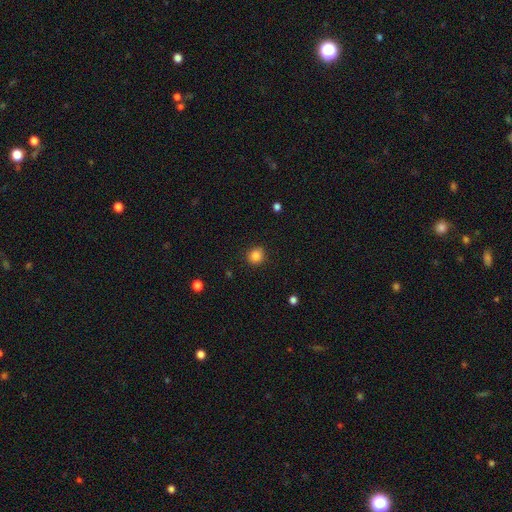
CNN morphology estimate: This appears to be a smooth galaxy with no disk features (85%) that is round (84%). Merging: none (89%).